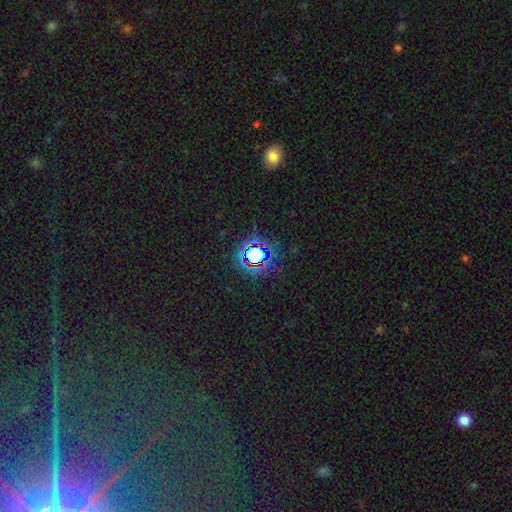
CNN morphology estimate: Smooth or featured?
  - star or artifact: 70% *
  - smooth: 20%
  - featured or disk: 11%